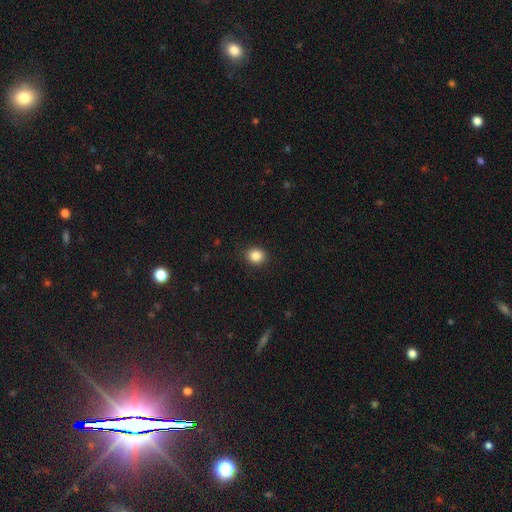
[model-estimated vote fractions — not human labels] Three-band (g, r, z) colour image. It shows a smooth galaxy with no disk features (86%) that is round (75%). Merging: none (90%).